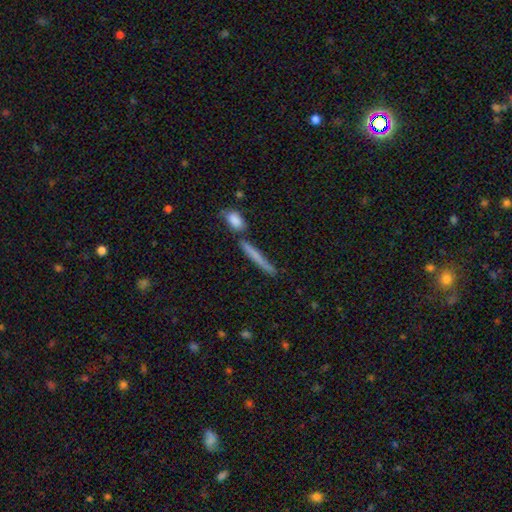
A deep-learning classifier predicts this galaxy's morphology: This is likely a smooth galaxy (61%). How rounded: clearly cigar-shaped (93%). Merging: likely none (68%).